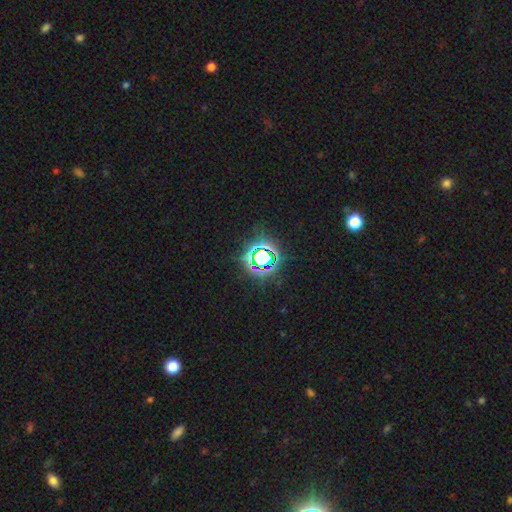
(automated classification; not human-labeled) Smooth or featured: star or artifact — 70% (smooth — 20%)